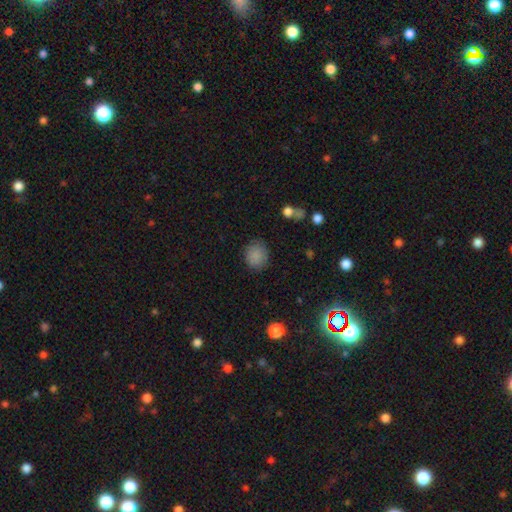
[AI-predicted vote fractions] Smooth or featured? Predicted: smooth (p=0.85). How rounded? Predicted: round (p=0.76). Merging? Predicted: none (p=0.83).